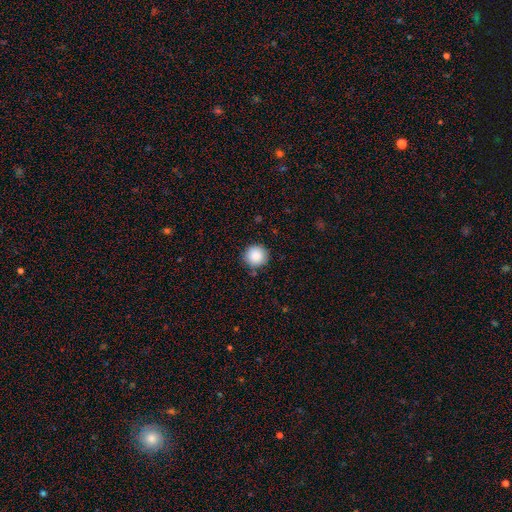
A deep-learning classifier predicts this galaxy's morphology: smooth-or-featured: smooth: 88% | star or artifact: 9% | featured or disk: 4%
  how-rounded: round: 95% | in between: 4% | cigar-shaped: 1%
  merging: none: 88% | minor disturbance: 8% | major disturbance: 2% | merger: 2%